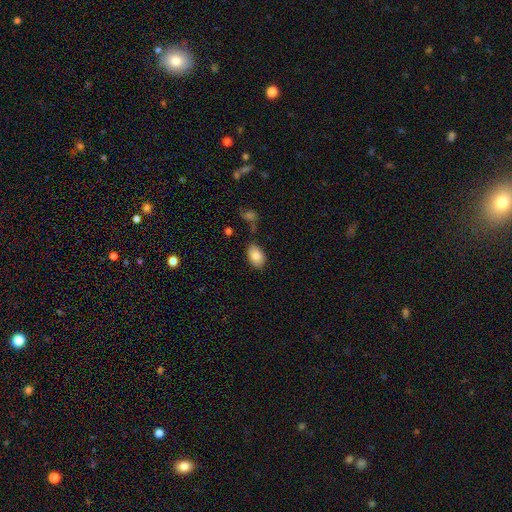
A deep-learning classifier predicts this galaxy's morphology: A smooth galaxy with no disk features (85%) that is in between round and cigar-shaped (88%).

Vote fractions:
- Smooth or featured? smooth: 85% / featured or disk: 8% / star or artifact: 7%
- How rounded? in between: 88% / round: 11% / cigar-shaped: 1%
- Merging? none: 79% / minor disturbance: 14% / merger: 3% / major disturbance: 3%